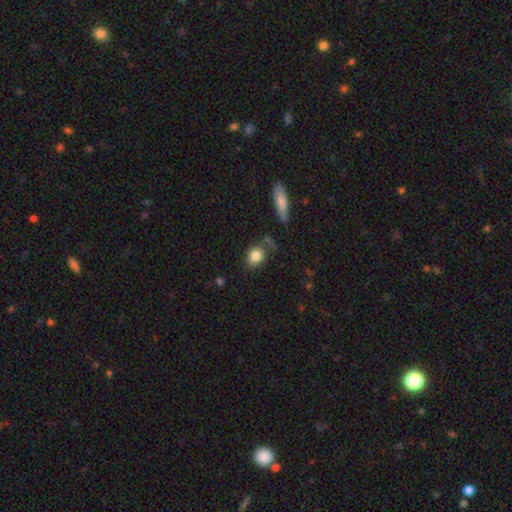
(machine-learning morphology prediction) Smooth or featured?
  - smooth: 83% *
  - star or artifact: 9%
  - featured or disk: 8%
How rounded?
  - round: 50% *
  - in between: 47%
  - cigar-shaped: 2%
Merging?
  - none: 66% *
  - minor disturbance: 19%
  - merger: 9%
  - major disturbance: 6%